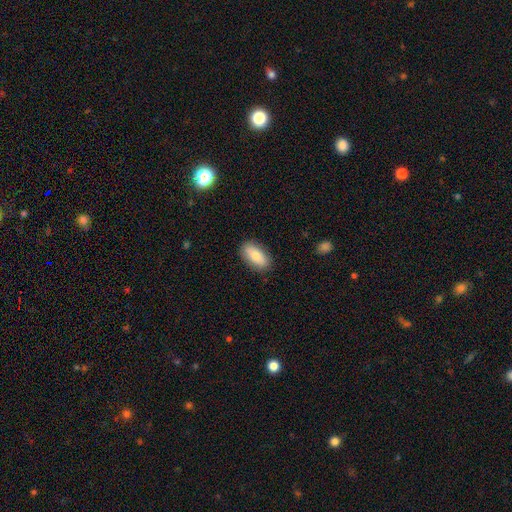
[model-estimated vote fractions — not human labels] Smooth or featured?
  - smooth: 78% *
  - featured or disk: 15%
  - star or artifact: 7%
How rounded?
  - in between: 90% *
  - cigar-shaped: 6%
  - round: 3%
Merging?
  - none: 86% *
  - minor disturbance: 10%
  - major disturbance: 2%
  - merger: 1%